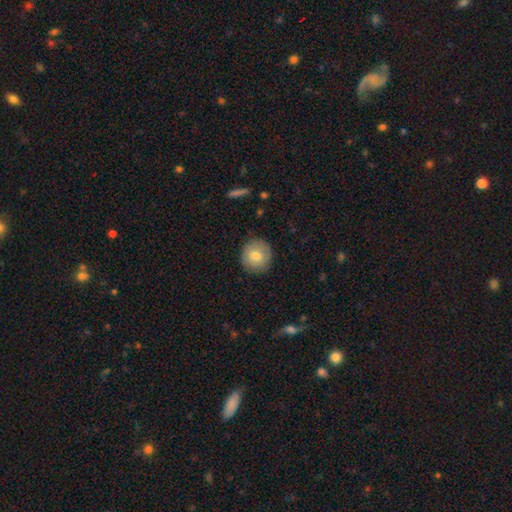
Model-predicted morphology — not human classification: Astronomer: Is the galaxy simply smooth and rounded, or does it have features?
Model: smooth — 73%.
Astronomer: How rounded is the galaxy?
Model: round — 91%.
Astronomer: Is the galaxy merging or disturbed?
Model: none — 87%.